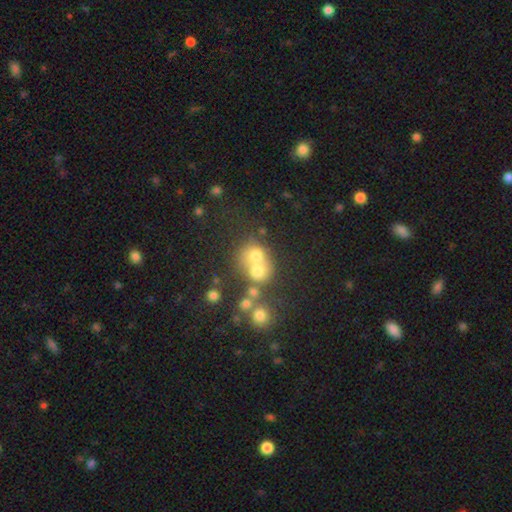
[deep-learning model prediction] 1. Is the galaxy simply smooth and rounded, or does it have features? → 61% smooth, 21% featured or disk, 18% star or artifact.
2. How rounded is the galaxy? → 68% round, 31% in between, 1% cigar-shaped.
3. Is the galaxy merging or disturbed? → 58% merger, 28% none, 8% minor disturbance, 6% major disturbance.